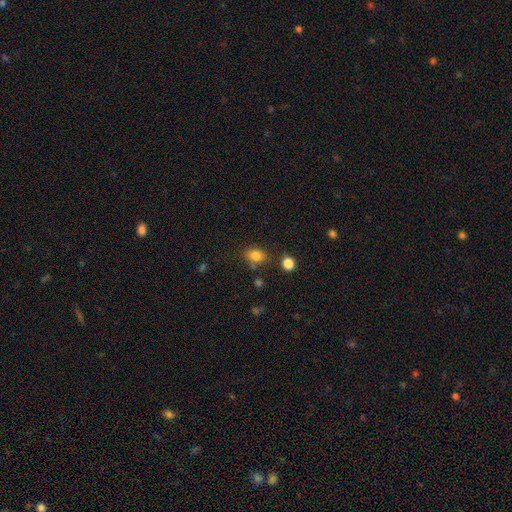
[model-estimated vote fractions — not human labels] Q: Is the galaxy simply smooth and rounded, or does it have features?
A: smooth — 82%.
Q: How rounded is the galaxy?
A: in between — 54%.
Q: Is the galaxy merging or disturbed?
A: none — 74%.